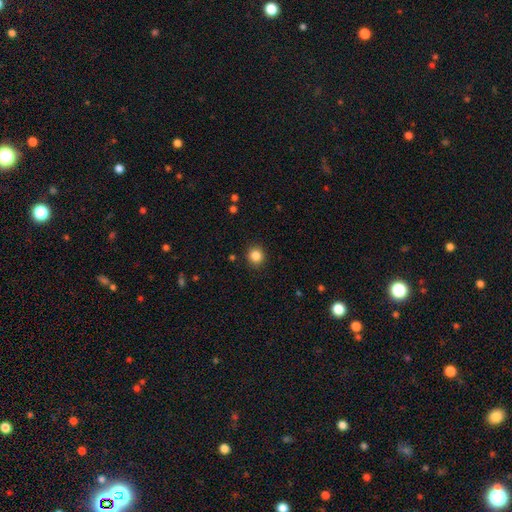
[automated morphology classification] Q: Smooth or featured?
A: smooth (85%); runner-up: star or artifact (11%)
Q: How rounded?
A: round (90%); runner-up: in between (9%)
Q: Merging?
A: none (91%); runner-up: minor disturbance (6%)